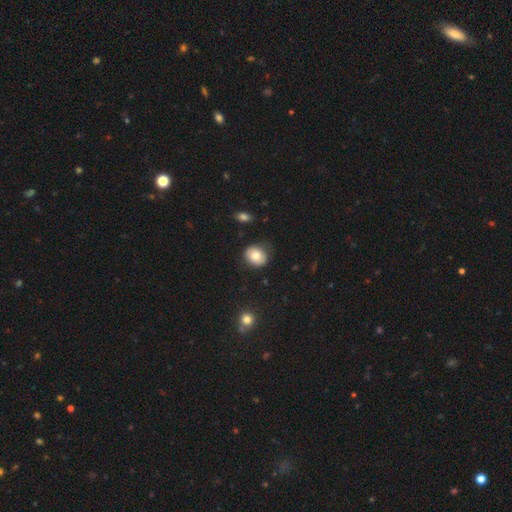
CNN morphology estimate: The model was most divided on "how rounded": round: 65%, in between: 34%, cigar-shaped: 1%. More confident: merging — none (79%); smooth or featured — smooth (78%).